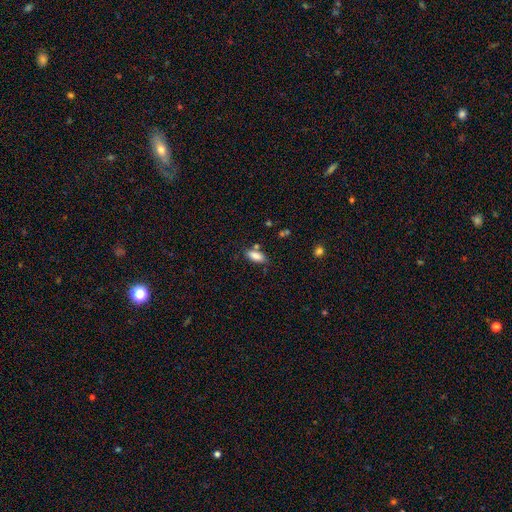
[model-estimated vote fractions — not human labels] Smooth or featured? smooth (85%)
How rounded? in between (81%)
Merging? none (72%)